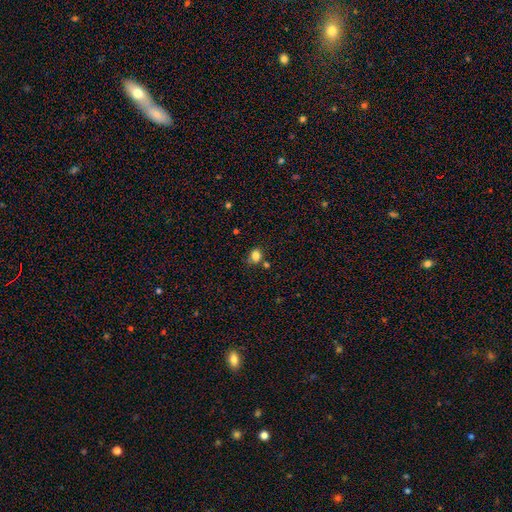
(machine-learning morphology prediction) A smooth galaxy with no disk features (82%) that is round (60%).

Vote fractions:
- Smooth or featured? smooth: 82% / star or artifact: 12% / featured or disk: 6%
- How rounded? round: 60% / in between: 39% / cigar-shaped: 1%
- Merging? none: 68% / minor disturbance: 18% / merger: 10% / major disturbance: 4%